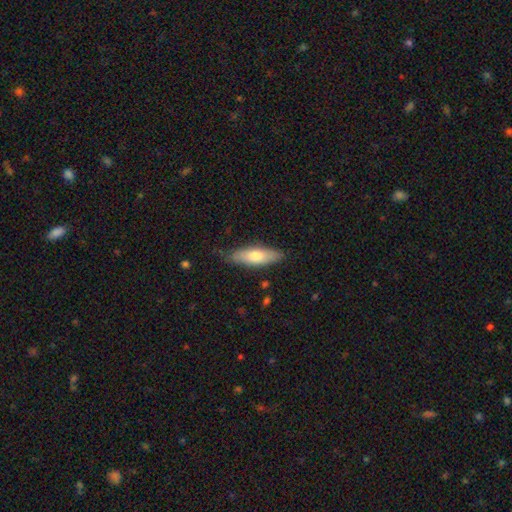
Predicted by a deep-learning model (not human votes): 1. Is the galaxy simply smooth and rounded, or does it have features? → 66% smooth, 28% featured or disk, 6% star or artifact.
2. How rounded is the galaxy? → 52% in between, 46% cigar-shaped, 2% round.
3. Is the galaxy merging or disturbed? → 80% none, 16% minor disturbance, 3% major disturbance, 1% merger.